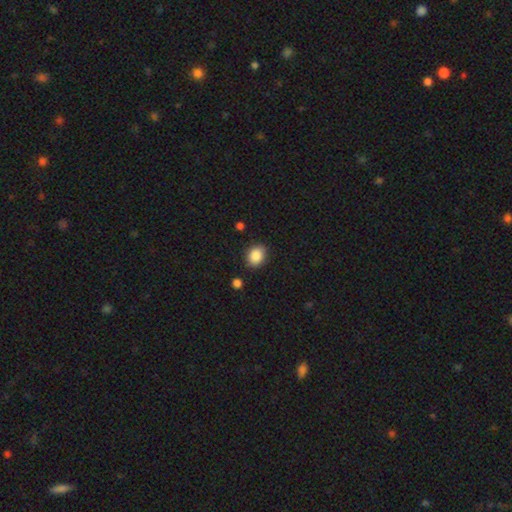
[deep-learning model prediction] smooth 88%, star or artifact 8%, featured or disk 4%. Down the decision tree: how rounded — in between (51%); merging — none (83%).